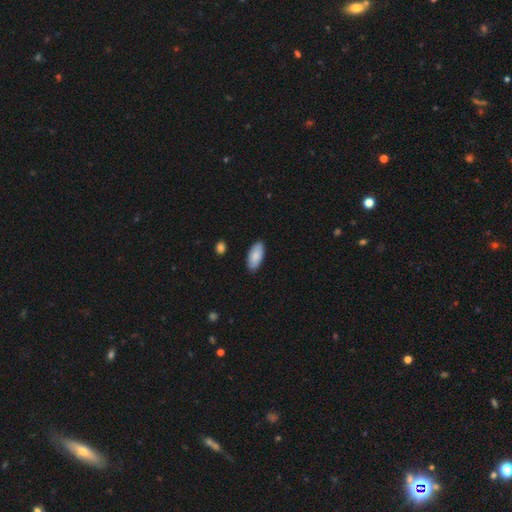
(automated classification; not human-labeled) The model was most divided on "smooth or featured": smooth: 87%, featured or disk: 8%, star or artifact: 6%. More confident: how rounded — in between (90%); merging — none (88%).